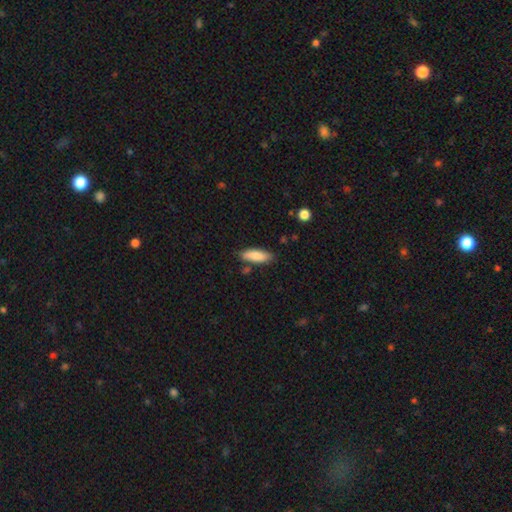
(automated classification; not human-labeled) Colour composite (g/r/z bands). It shows a smooth galaxy with no disk features (85%) that is in between round and cigar-shaped (59%). Merging: none (78%).